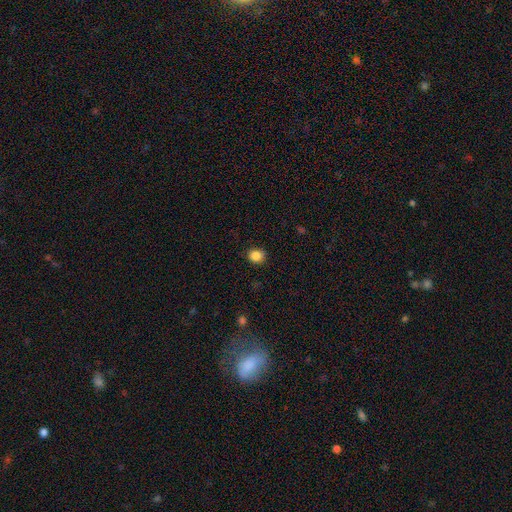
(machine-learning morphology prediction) The model was most divided on "how rounded": round: 77%, in between: 22%, cigar-shaped: 1%. More confident: merging — none (89%); smooth or featured — smooth (86%).